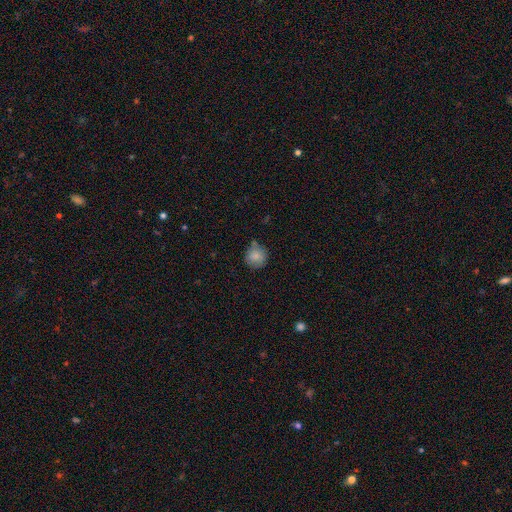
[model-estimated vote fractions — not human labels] The model was most divided on "merging": none: 70%, minor disturbance: 20%, merger: 5%, major disturbance: 4%. More confident: how rounded — round (90%); smooth or featured — smooth (85%).